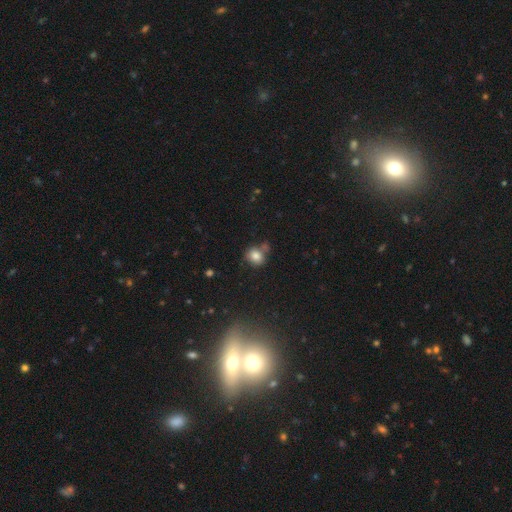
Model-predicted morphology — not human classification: A smooth galaxy with no disk features (81%) that is round (72%). Merging: none (57%).